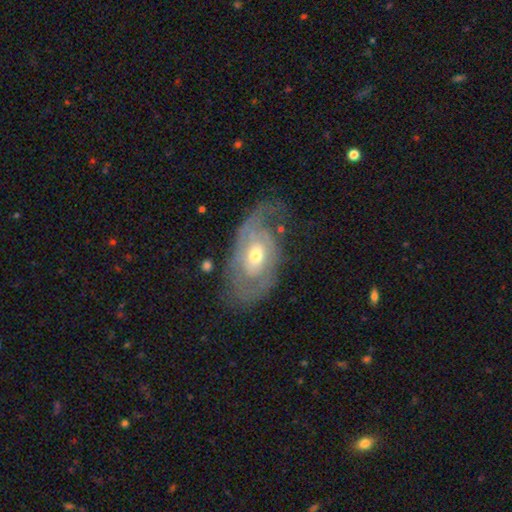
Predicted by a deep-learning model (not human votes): Morphology: type=featured or disk (75%); edge-on=no (93%); bar=no (66%); spiral arms=yes (77%); winding=tight (48%); arm count=2 (41%); bulge=moderate (60%); merging=none (51%).